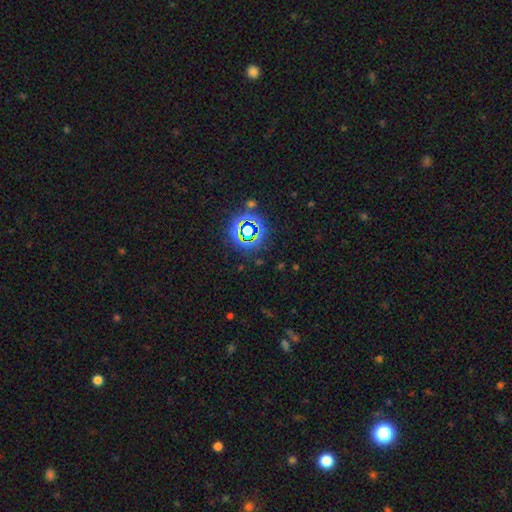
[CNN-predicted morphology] smooth_or_featured: star or artifact (p=0.74) [alt: smooth p=0.16]